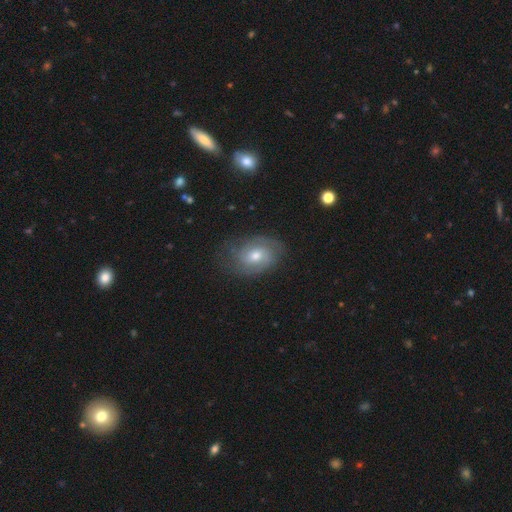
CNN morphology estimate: Smooth or featured? featured or disk (69%)
Edge-on disk? no (96%)
Bar? no (65%)
Spiral arms? yes (88%)
Spiral winding? tight (53%)
Spiral arm count? 2 (49%)
Bulge size? moderate (67%)
Merging? none (72%)